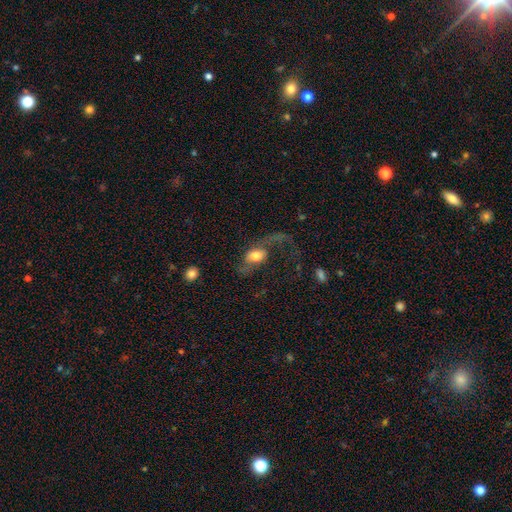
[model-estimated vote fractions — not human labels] A featured or disk galaxy (54%).

Vote fractions:
- Smooth or featured? featured or disk: 54% / smooth: 38% / star or artifact: 8%
- Edge-on disk? no: 92% / yes: 8%
- Merging? major disturbance: 53% / none: 28% / minor disturbance: 14% / merger: 4%